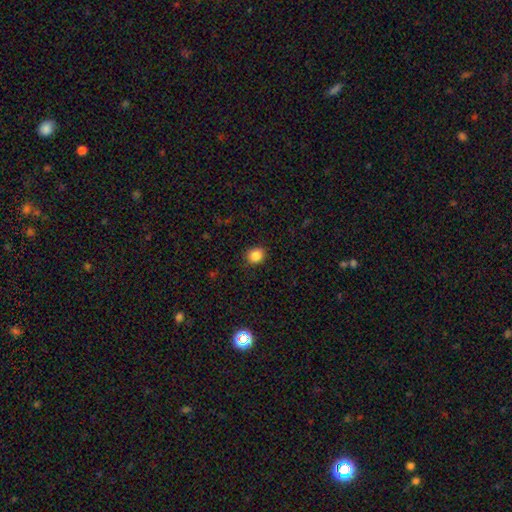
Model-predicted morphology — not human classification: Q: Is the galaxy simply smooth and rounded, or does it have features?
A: smooth — 86%.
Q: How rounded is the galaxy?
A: round — 72%.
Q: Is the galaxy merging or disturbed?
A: none — 89%.